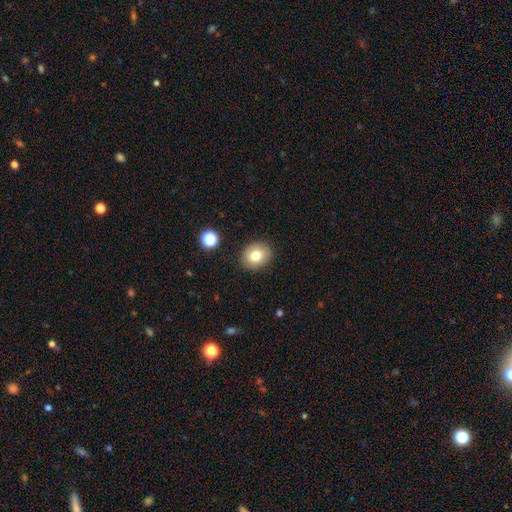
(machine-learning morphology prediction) A smooth galaxy with no disk features (77%) that is round (69%). Merging: none (88%).